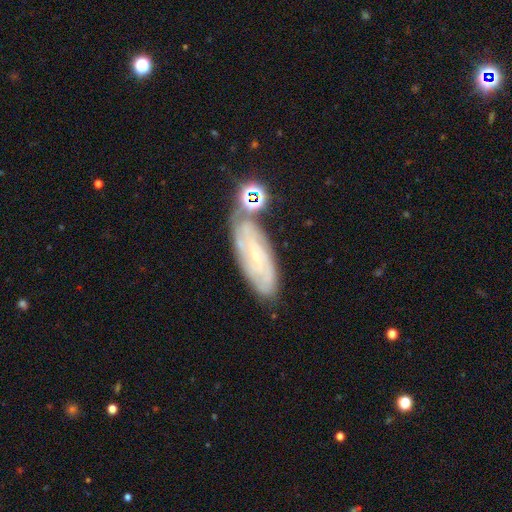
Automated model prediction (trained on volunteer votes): Q: Smooth or featured?
A: featured or disk (69%); runner-up: smooth (22%)
Q: Edge-on disk?
A: no (87%); runner-up: yes (13%)
Q: Bar?
A: no (65%); runner-up: weak (28%)
Q: Spiral arms?
A: yes (89%); runner-up: no (11%)
Q: Spiral winding?
A: tight (66%); runner-up: medium (26%)
Q: Spiral arm count?
A: can't tell (51%); runner-up: 2 (21%)
Q: Bulge size?
A: small (82%); runner-up: moderate (10%)
Q: Merging?
A: none (63%); runner-up: minor disturbance (18%)